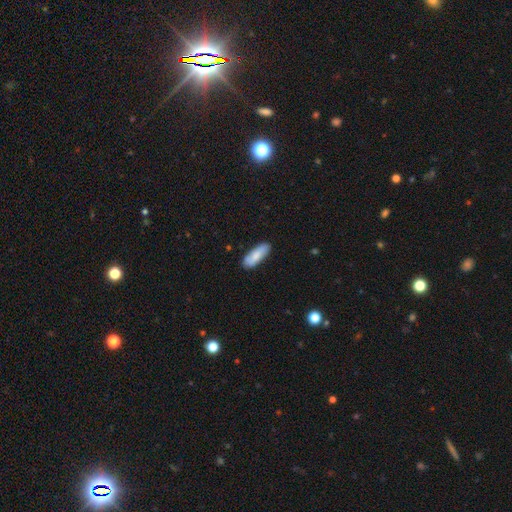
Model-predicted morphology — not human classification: The model was most divided on "how rounded": in between: 66%, cigar-shaped: 33%, round: 2%. More confident: merging — none (82%); smooth or featured — smooth (81%).